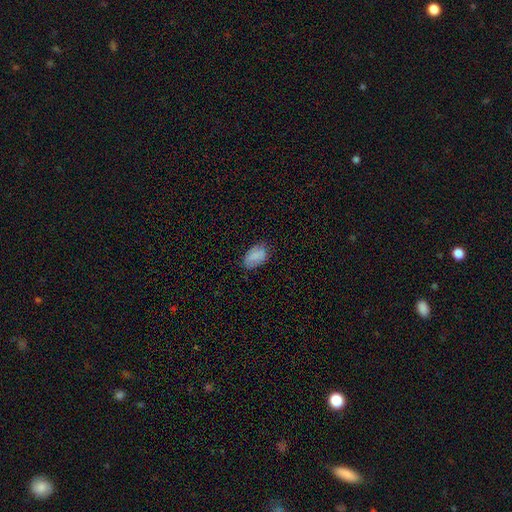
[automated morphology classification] This is clearly a smooth galaxy (83%). How rounded: clearly in between (91%). Merging: likely none (70%).